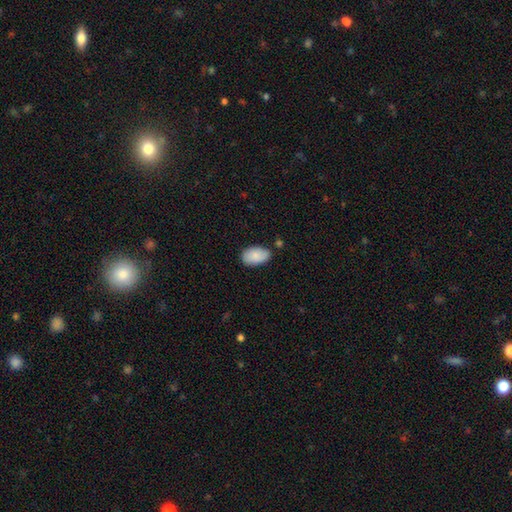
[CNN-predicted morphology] This is clearly a smooth galaxy (86%). How rounded: clearly in between (94%). Merging: likely none (74%).